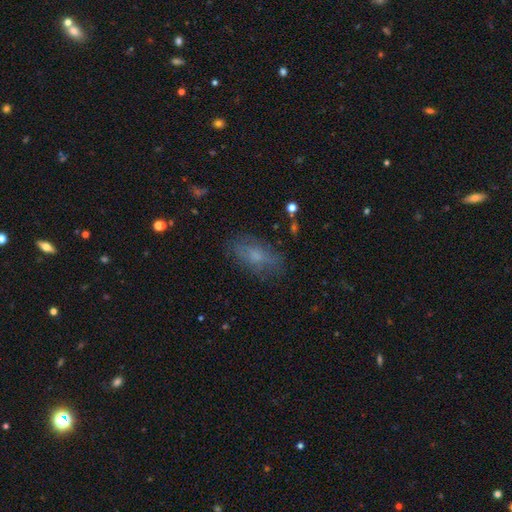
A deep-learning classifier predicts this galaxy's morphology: Smooth or featured? smooth (59%)
How rounded? in between (86%)
Merging? none (71%)